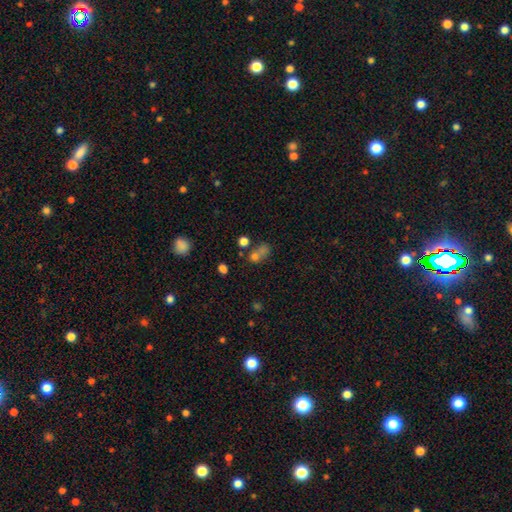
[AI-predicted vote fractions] smooth-or-featured: smooth: 59% | star or artifact: 27% | featured or disk: 14%
  how-rounded: round: 58% | in between: 39% | cigar-shaped: 3%
  merging: merger: 42% | none: 38% | minor disturbance: 11% | major disturbance: 9%